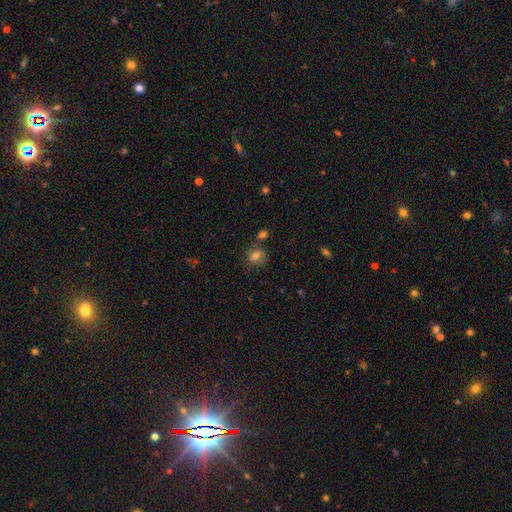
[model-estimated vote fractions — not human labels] smooth-or-featured: smooth: 62% | featured or disk: 25% | star or artifact: 13%
  how-rounded: round: 58% | in between: 41% | cigar-shaped: 1%
  merging: none: 62% | minor disturbance: 18% | merger: 13% | major disturbance: 7%